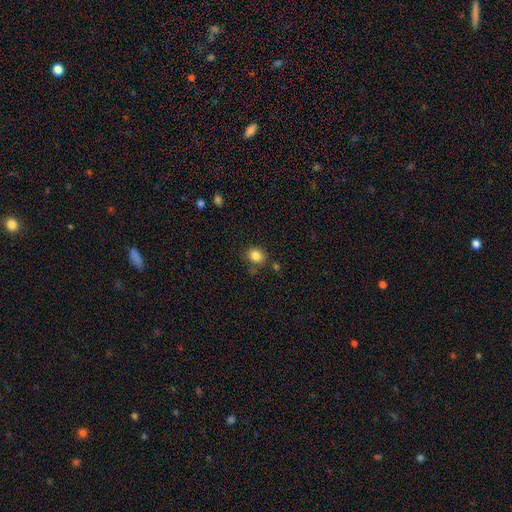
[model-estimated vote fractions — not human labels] Q: Smooth or featured?
A: smooth (84%); runner-up: star or artifact (11%)
Q: How rounded?
A: round (64%); runner-up: in between (35%)
Q: Merging?
A: none (77%); runner-up: minor disturbance (14%)